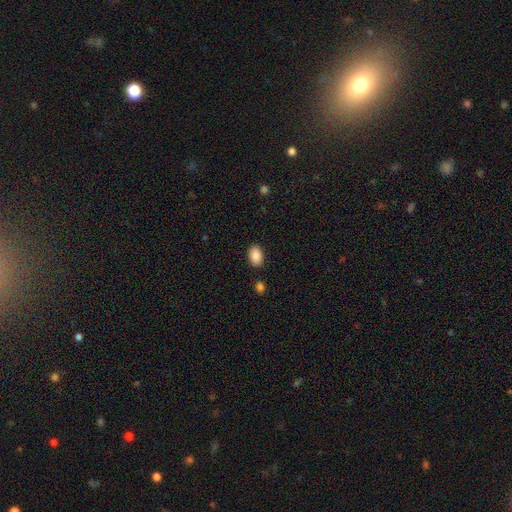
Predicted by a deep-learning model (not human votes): smooth_or_featured: smooth (p=0.89) [alt: star or artifact p=0.07]
how_rounded: in between (p=0.90) [alt: round p=0.09]
merging: none (p=0.87) [alt: minor disturbance p=0.08]